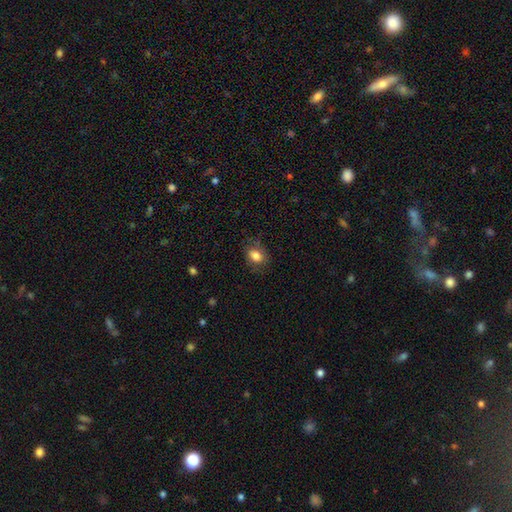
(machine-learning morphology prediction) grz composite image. It shows a smooth galaxy with no disk features (81%) that is in between round and cigar-shaped (72%). Merging: none (74%).